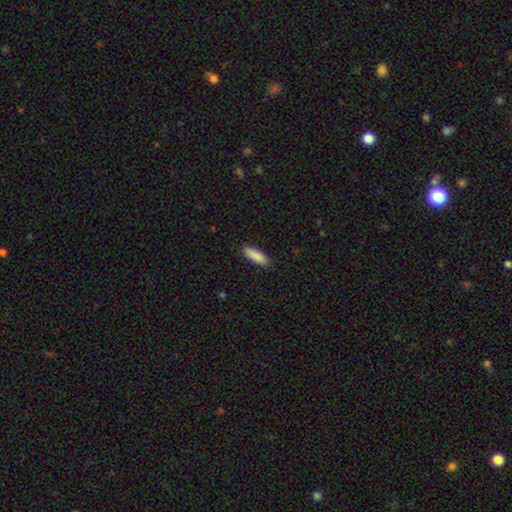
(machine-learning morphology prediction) type=smooth (89%); roundness=cigar-shaped (53%); merging=none (88%).